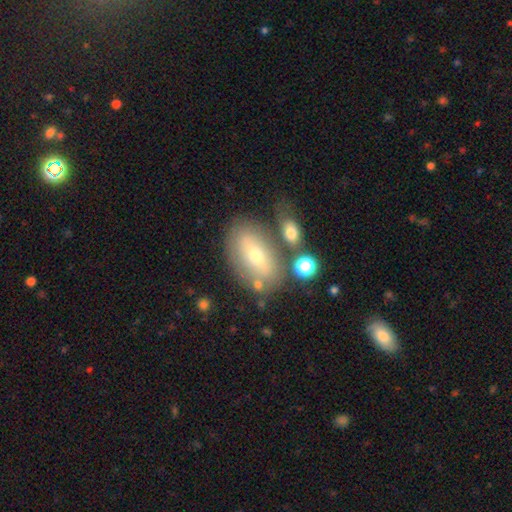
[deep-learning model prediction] This appears to be a smooth galaxy with no disk features (54%) that is in between round and cigar-shaped (86%). Merging: none (62%).